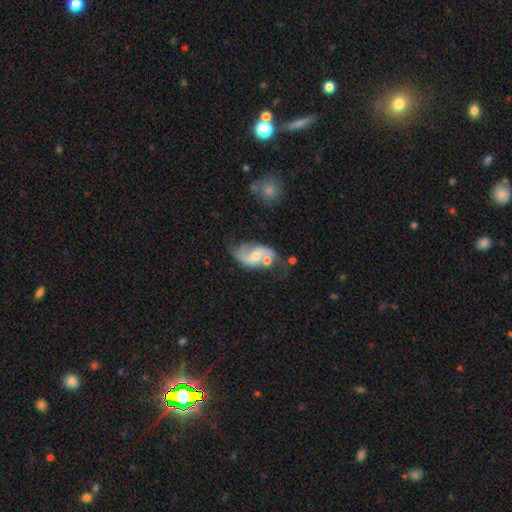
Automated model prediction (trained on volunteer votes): This appears to be a featured or disk galaxy (82%) with no bar (48%), 2 (89%) loose (58%) spiral arms (92%) and a moderate central bulge (55%). Merging: none (39%).